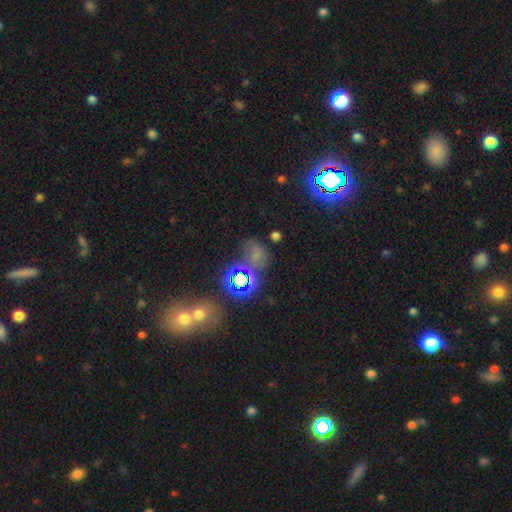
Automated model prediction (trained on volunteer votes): star or artifact 49%, smooth 38%, featured or disk 13%.